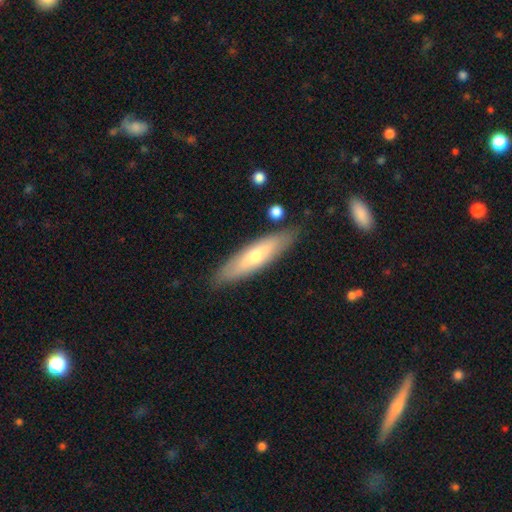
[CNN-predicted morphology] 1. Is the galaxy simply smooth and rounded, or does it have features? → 50% smooth, 42% featured or disk, 7% star or artifact.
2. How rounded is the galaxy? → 73% cigar-shaped, 26% in between, 2% round.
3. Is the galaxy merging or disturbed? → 85% none, 11% minor disturbance, 2% major disturbance, 2% merger.